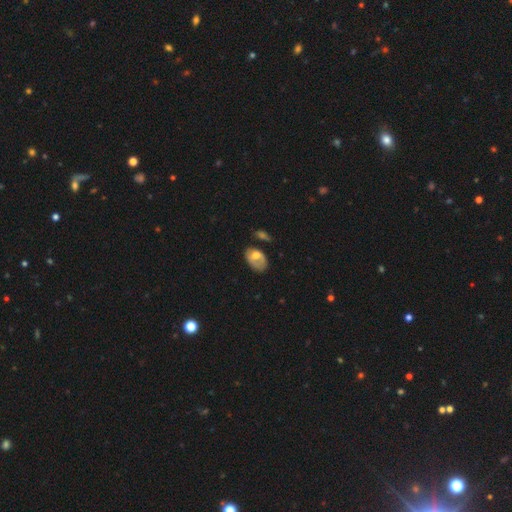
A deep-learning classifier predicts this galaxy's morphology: Smooth or featured? smooth (58%)
How rounded? in between (84%)
Merging? none (38%)